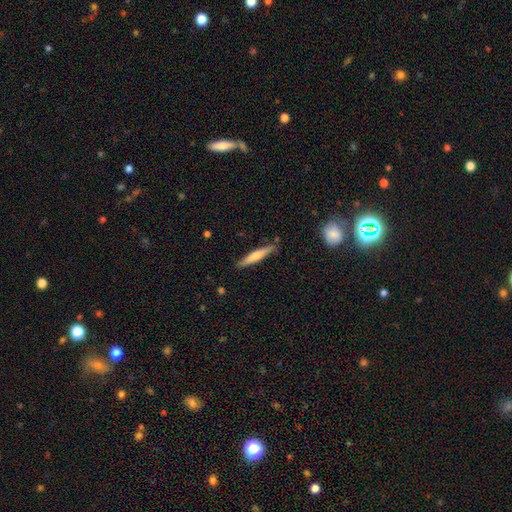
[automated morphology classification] Smooth or featured? Predicted: smooth (p=0.58). How rounded? Predicted: cigar-shaped (p=0.92). Merging? Predicted: none (p=0.86).